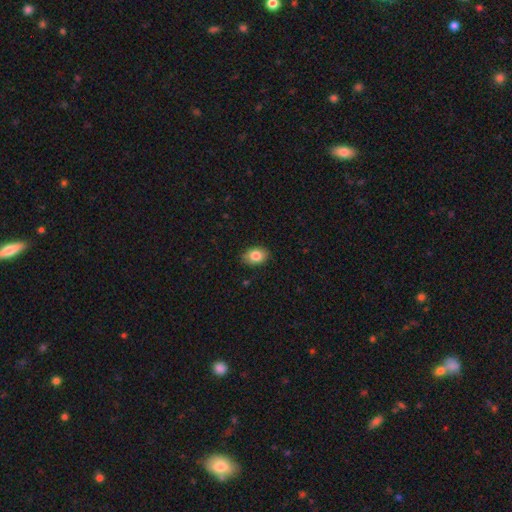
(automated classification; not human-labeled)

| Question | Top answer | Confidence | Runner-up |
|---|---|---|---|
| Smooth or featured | smooth | 84% | star or artifact (8%) |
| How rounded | in between | 80% | round (19%) |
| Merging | none | 87% | minor disturbance (10%) |